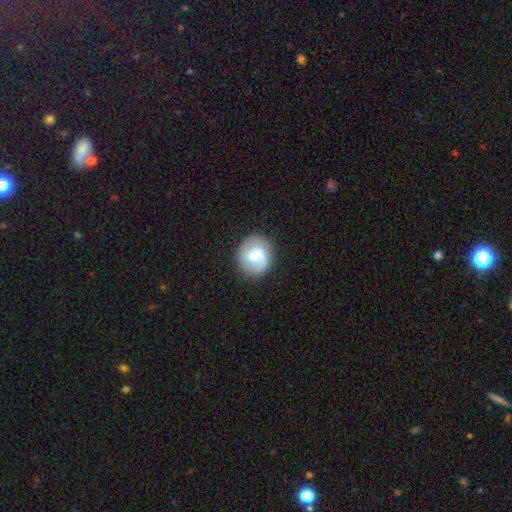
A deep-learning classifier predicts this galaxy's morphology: Q: Smooth or featured?
A: featured or disk (60%); runner-up: smooth (33%)
Q: Edge-on disk?
A: no (98%); runner-up: yes (2%)
Q: Bar?
A: weak (57%); runner-up: no (27%)
Q: Spiral arms?
A: yes (89%); runner-up: no (11%)
Q: Spiral winding?
A: medium (45%); runner-up: tight (30%)
Q: Spiral arm count?
A: 2 (76%); runner-up: 1 (11%)
Q: Bulge size?
A: small (41%); runner-up: moderate (38%)
Q: Merging?
A: none (79%); runner-up: minor disturbance (14%)